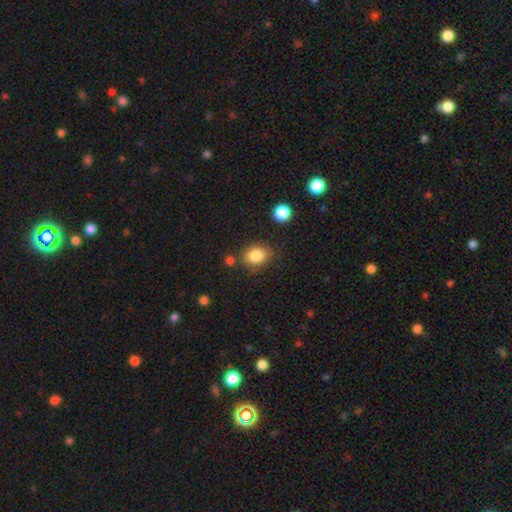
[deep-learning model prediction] Smooth or featured? smooth (84%)
How rounded? in between (59%)
Merging? none (76%)